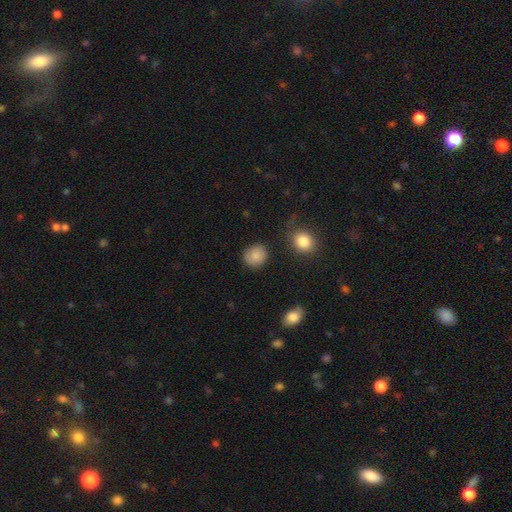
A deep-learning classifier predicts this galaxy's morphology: Overall: smooth (86%). How rounded: round (80%). Merging: none (82%).